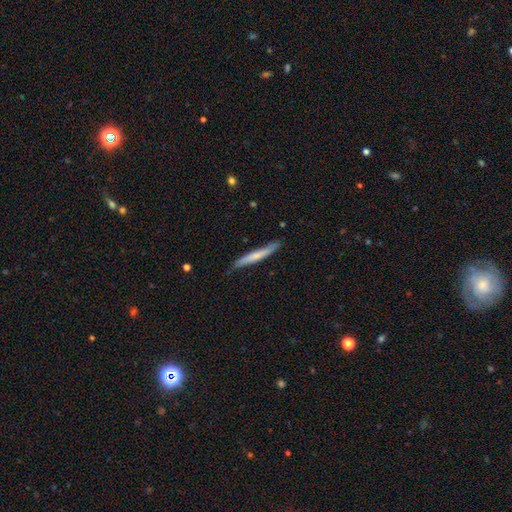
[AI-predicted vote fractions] Smooth or featured?
  - smooth: 58% *
  - featured or disk: 37%
  - star or artifact: 5%
How rounded?
  - cigar-shaped: 96% *
  - in between: 3%
  - round: 1%
Merging?
  - none: 74% *
  - minor disturbance: 21%
  - major disturbance: 3%
  - merger: 2%